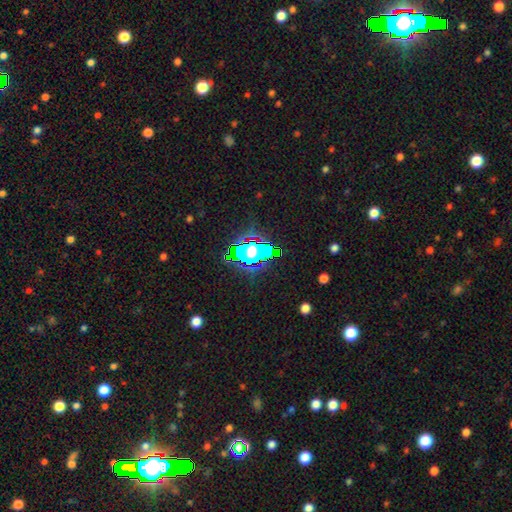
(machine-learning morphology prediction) Overall: star or artifact (50%; smooth 35%).